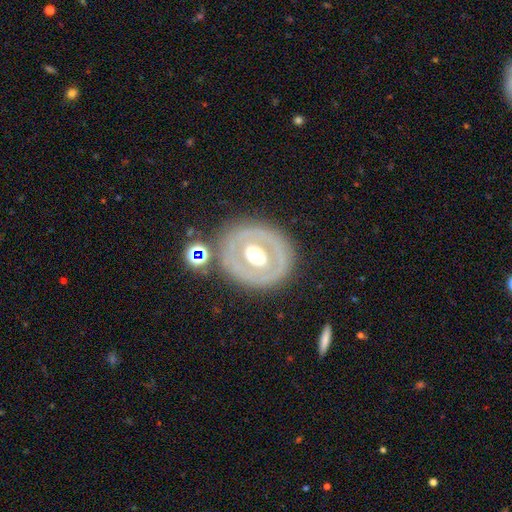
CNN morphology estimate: Q: Smooth or featured?
A: featured or disk (67%); runner-up: smooth (27%)
Q: Edge-on disk?
A: no (95%); runner-up: yes (5%)
Q: Bar?
A: no (74%); runner-up: weak (16%)
Q: Spiral arms?
A: no (84%); runner-up: yes (16%)
Q: Bulge size?
A: moderate (67%); runner-up: large (23%)
Q: Merging?
A: none (76%); runner-up: minor disturbance (13%)